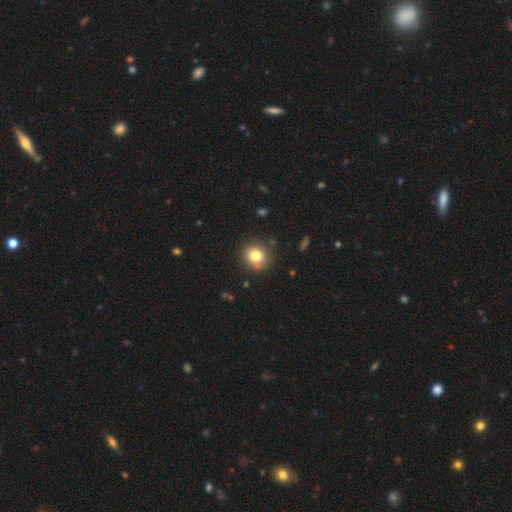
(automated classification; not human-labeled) Smooth or featured? smooth (79%)
How rounded? round (86%)
Merging? none (85%)